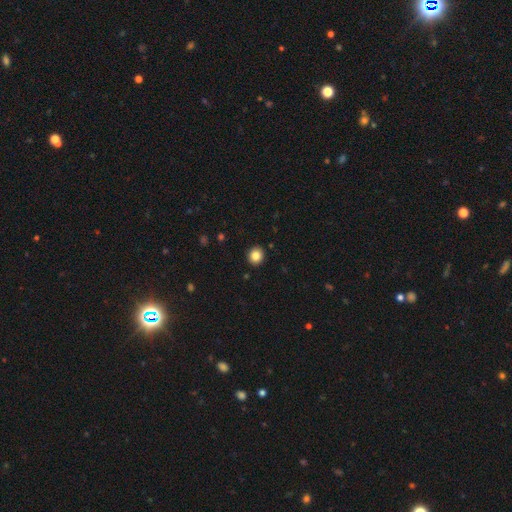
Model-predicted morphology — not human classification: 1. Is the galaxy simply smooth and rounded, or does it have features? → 84% smooth, 10% star or artifact, 6% featured or disk.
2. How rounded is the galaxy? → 83% round, 16% in between, 1% cigar-shaped.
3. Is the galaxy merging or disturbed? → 92% none, 5% minor disturbance, 2% major disturbance, 1% merger.